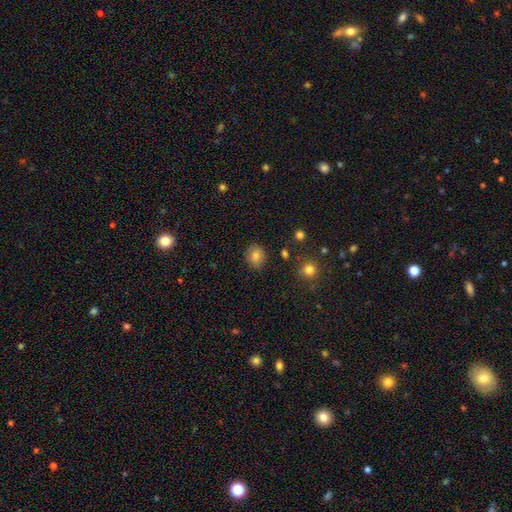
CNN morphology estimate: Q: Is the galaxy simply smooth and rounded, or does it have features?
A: smooth — 79%.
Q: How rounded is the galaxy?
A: round — 77%.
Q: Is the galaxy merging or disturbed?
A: none — 86%.